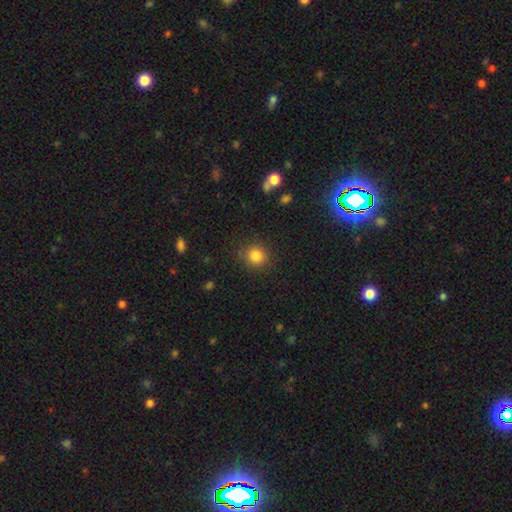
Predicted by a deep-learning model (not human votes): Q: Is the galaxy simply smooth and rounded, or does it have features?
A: smooth — 84%.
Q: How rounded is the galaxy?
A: round — 88%.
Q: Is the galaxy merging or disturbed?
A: none — 84%.